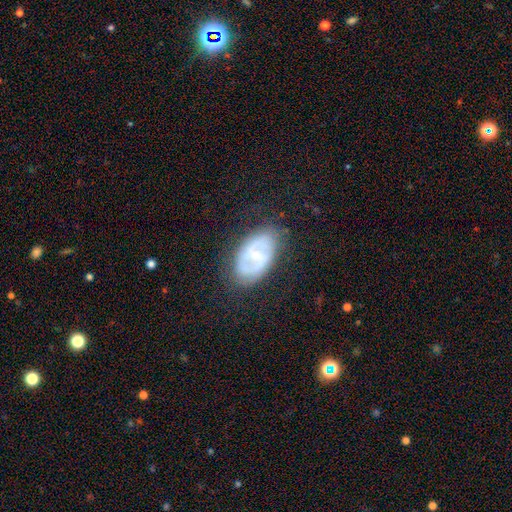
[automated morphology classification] Overall: featured or disk (64%; smooth 29%). Edge-on disk: no (94%). Bar: weak (42%; no 37%). Spiral arms: yes (55%; no 45%). Bulge size: small (63%; moderate 27%). Merging: none (75%).